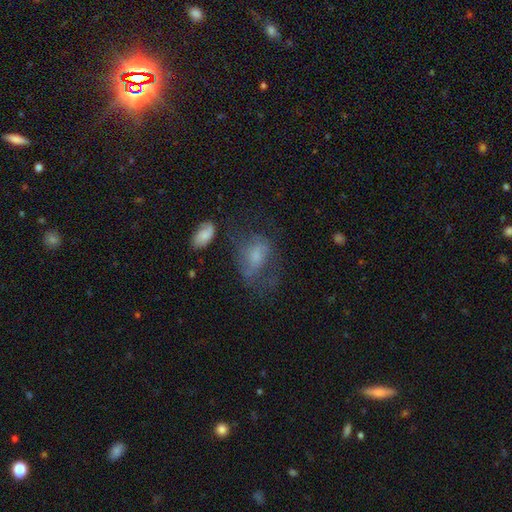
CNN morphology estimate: The model was most divided on "merging": major disturbance: 38%, none: 34%, minor disturbance: 22%, merger: 6%. Remaining: smooth or featured — smooth (49%).